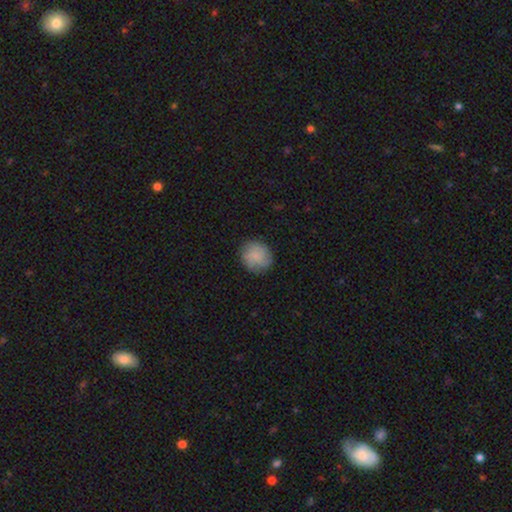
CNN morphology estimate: Smooth or featured? Predicted: smooth (p=0.70). How rounded? Predicted: round (p=0.84). Merging? Predicted: none (p=0.82).